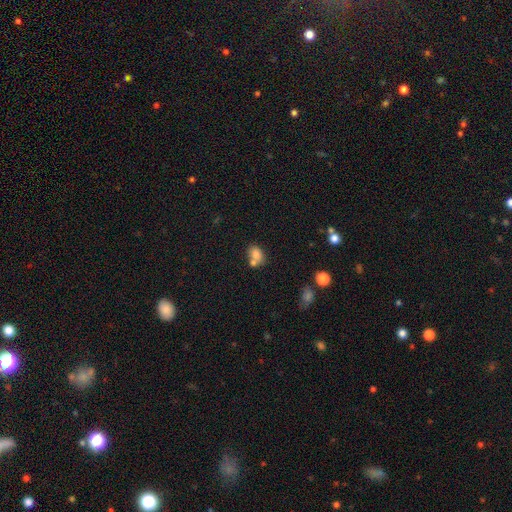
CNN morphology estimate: This is likely a smooth galaxy (78%). How rounded: likely in between (65%). Merging: marginally none (43%).